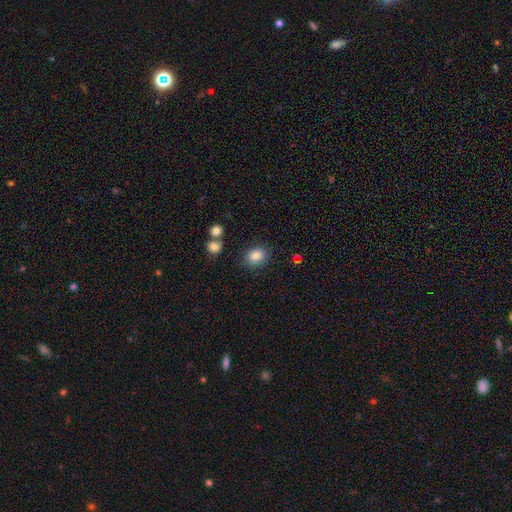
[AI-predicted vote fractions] This appears to be a smooth galaxy with no disk features (86%) that is in between round and cigar-shaped (54%). Merging: none (81%).